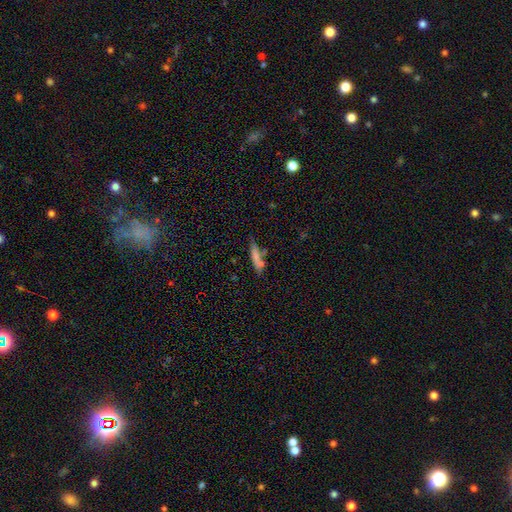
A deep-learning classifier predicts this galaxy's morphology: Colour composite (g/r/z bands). It shows a smooth galaxy with no disk features (67%) that is cigar-shaped (79%). Merging: none (62%).